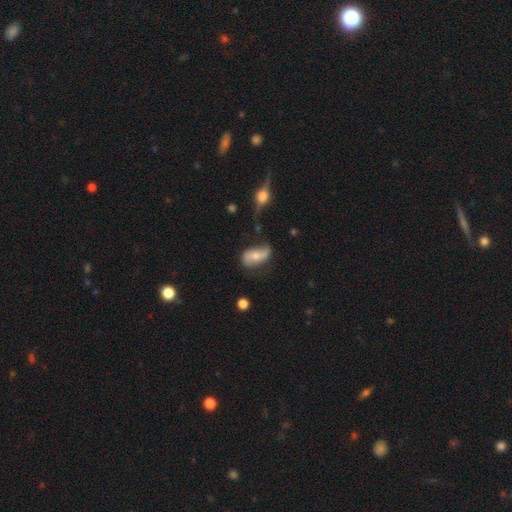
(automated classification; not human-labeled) smooth_or_featured: featured or disk (p=0.57) [alt: smooth p=0.35]
disk_edge_on: no (p=0.92) [alt: yes p=0.08]
bar: no (p=0.56) [alt: weak p=0.30]
has_spiral_arms: yes (p=0.82) [alt: no p=0.18]
bulge_size: moderate (p=0.53) [alt: small p=0.38]
merging: none (p=0.55) [alt: minor disturbance p=0.27]